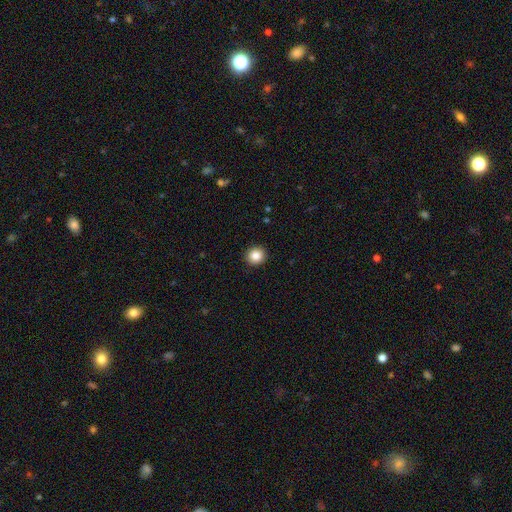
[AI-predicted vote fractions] Morphology: type=smooth (86%); roundness=round (90%); merging=none (93%).